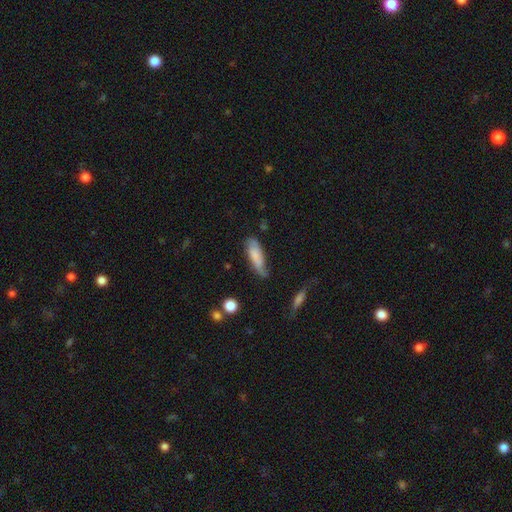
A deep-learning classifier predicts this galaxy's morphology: Smooth or featured? Predicted: smooth (p=0.67). How rounded? Predicted: in between (p=0.57). Merging? Predicted: none (p=0.47).